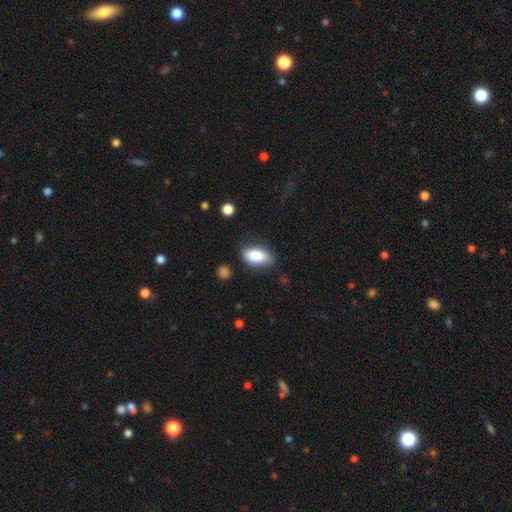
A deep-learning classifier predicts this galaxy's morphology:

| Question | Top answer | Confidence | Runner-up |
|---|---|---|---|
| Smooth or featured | smooth | 86% | featured or disk (7%) |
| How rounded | in between | 91% | round (5%) |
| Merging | none | 73% | minor disturbance (20%) |